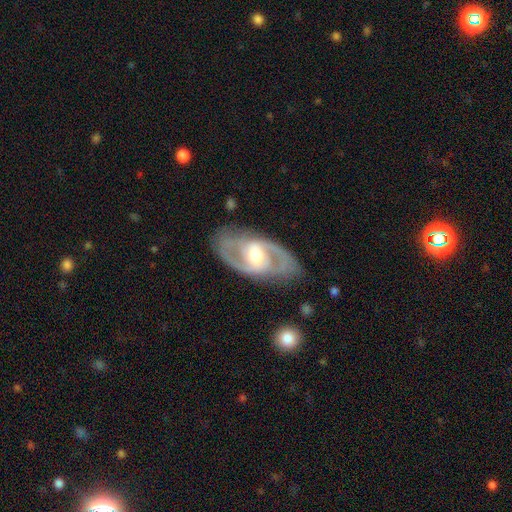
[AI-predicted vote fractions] A featured or disk galaxy (87%) with a weak bar (48%), 2 (90%) medium (55%) spiral arms (92%) and a moderate central bulge (68%). Merging: none (81%).